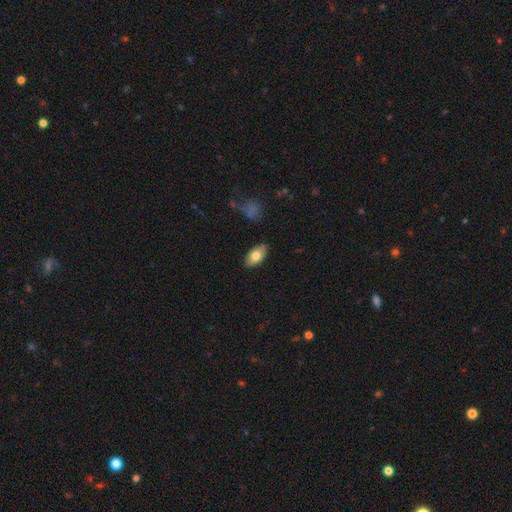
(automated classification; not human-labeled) Morphology: type=smooth (76%); roundness=in between (93%); merging=none (85%).